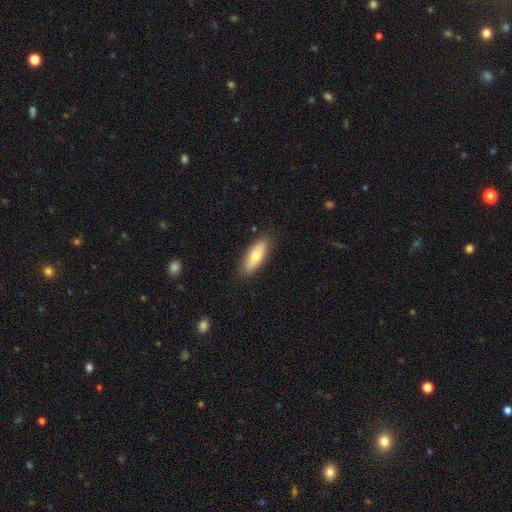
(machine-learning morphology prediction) Smooth or featured: smooth — 67% (featured or disk — 27%)
How rounded: in between — 68% (cigar-shaped — 29%)
Merging: none — 86% (minor disturbance — 11%)